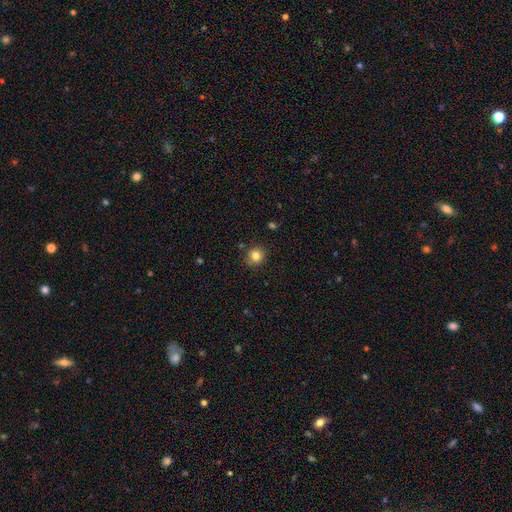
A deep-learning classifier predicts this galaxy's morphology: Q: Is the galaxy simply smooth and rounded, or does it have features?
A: smooth — 83%.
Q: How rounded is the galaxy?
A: round — 87%.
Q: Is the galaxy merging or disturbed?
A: none — 86%.